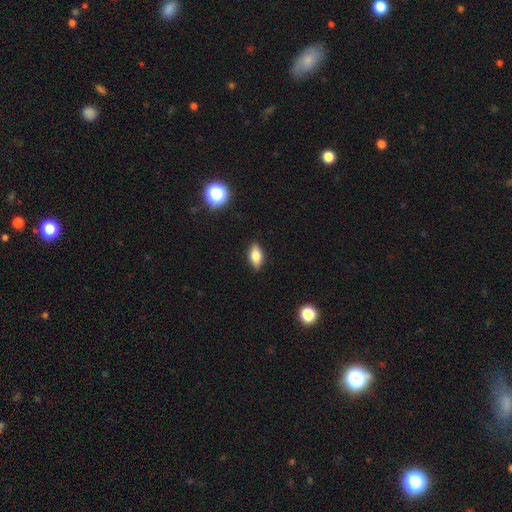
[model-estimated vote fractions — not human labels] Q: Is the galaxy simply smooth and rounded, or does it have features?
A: smooth — 65%.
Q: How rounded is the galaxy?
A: in between — 82%.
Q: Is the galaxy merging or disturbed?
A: none — 87%.